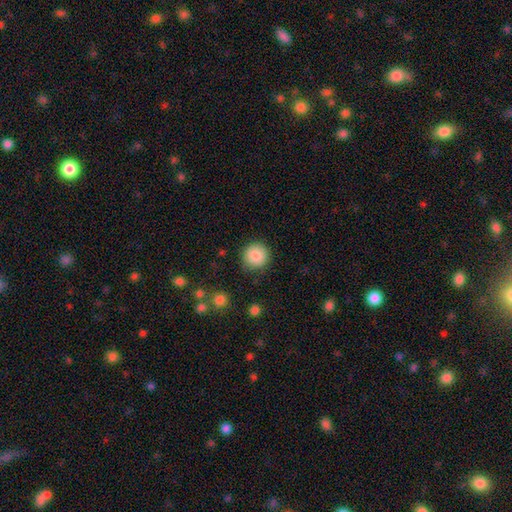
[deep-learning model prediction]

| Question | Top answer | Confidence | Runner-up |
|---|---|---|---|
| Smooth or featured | smooth | 87% | star or artifact (8%) |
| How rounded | round | 93% | in between (6%) |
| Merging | none | 86% | minor disturbance (9%) |